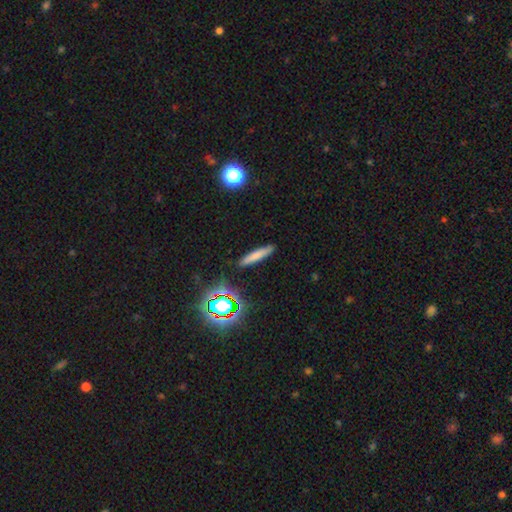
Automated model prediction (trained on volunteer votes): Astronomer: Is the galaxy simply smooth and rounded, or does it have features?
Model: smooth — 73%.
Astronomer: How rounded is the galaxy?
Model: cigar-shaped — 89%.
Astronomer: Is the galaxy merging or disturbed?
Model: none — 89%.